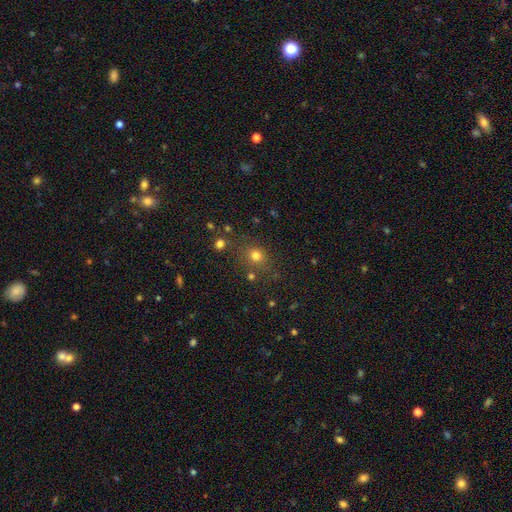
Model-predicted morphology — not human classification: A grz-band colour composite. It shows a smooth galaxy with no disk features (75%) that is round (79%). Merging: none (76%).